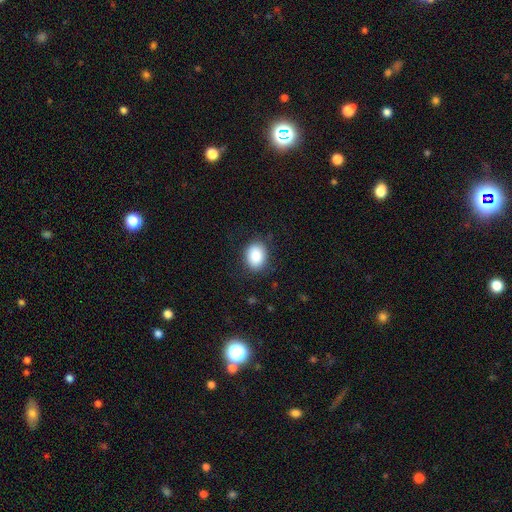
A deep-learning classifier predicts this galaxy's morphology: Smooth or featured? Predicted: smooth (p=0.87). How rounded? Predicted: in between (p=0.62). Merging? Predicted: none (p=0.83).